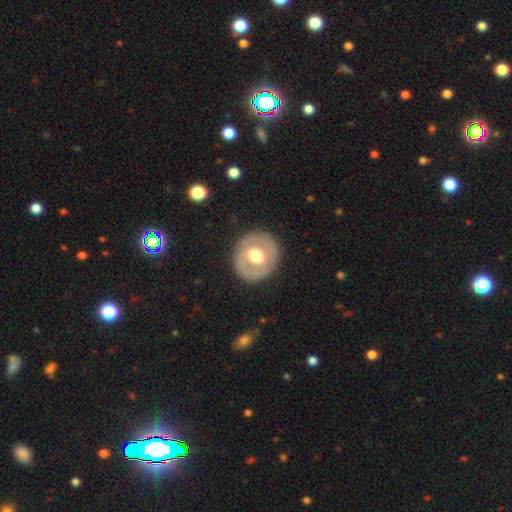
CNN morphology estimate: This appears to be a featured or disk galaxy (52%). Merging: none (85%).